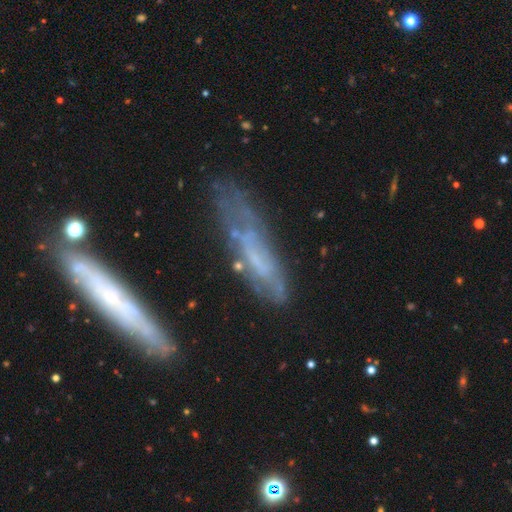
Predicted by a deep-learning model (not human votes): This appears to be a featured or disk galaxy (55%). Merging: none (54%).